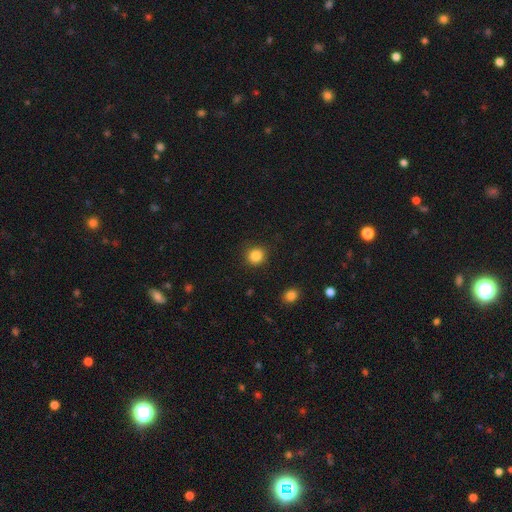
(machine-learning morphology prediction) Smooth or featured? smooth (85%)
How rounded? round (90%)
Merging? none (90%)